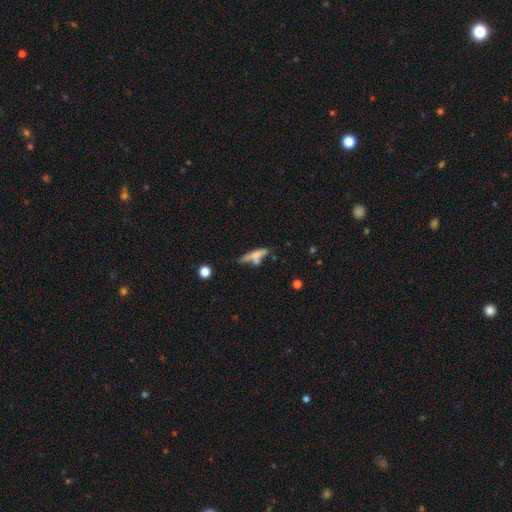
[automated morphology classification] A smooth galaxy with no disk features (61%) that is cigar-shaped (79%). Merging: none (52%).